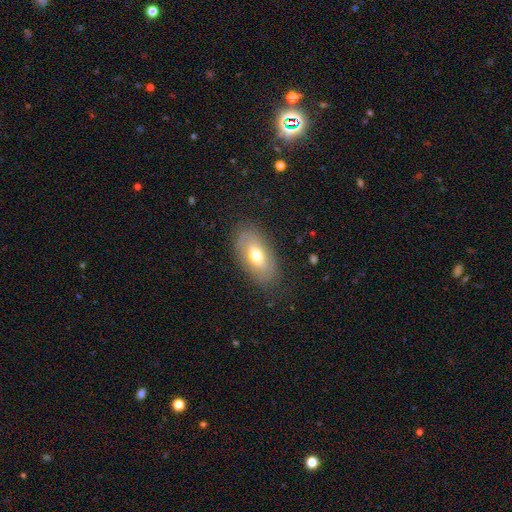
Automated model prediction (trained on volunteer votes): smooth_or_featured: smooth (p=0.57) [alt: featured or disk p=0.35]
how_rounded: in between (p=0.91) [alt: round p=0.05]
merging: none (p=0.78) [alt: minor disturbance p=0.15]